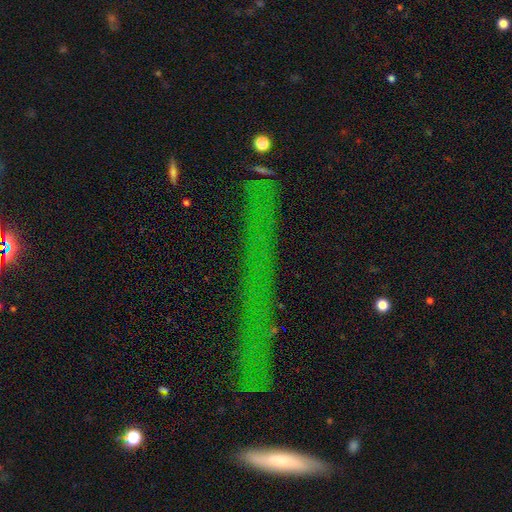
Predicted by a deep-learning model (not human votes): A star or artifact, not a galaxy (59%).

Vote fractions:
- Smooth or featured? star or artifact: 59% / smooth: 21% / featured or disk: 20%